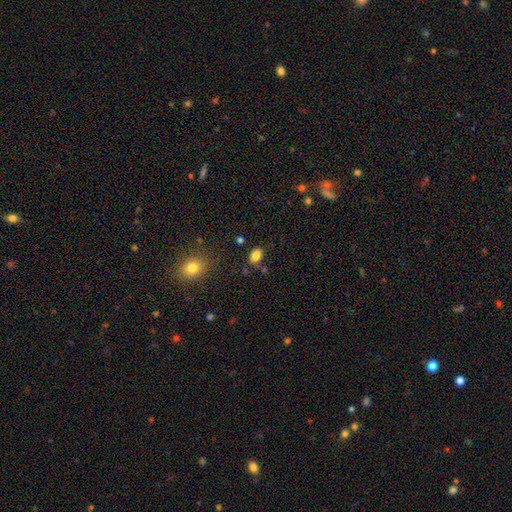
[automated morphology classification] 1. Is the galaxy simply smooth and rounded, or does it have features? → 82% smooth, 10% star or artifact, 7% featured or disk.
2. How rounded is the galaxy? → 85% in between, 14% round, 2% cigar-shaped.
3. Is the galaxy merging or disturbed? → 79% none, 12% minor disturbance, 6% merger, 3% major disturbance.